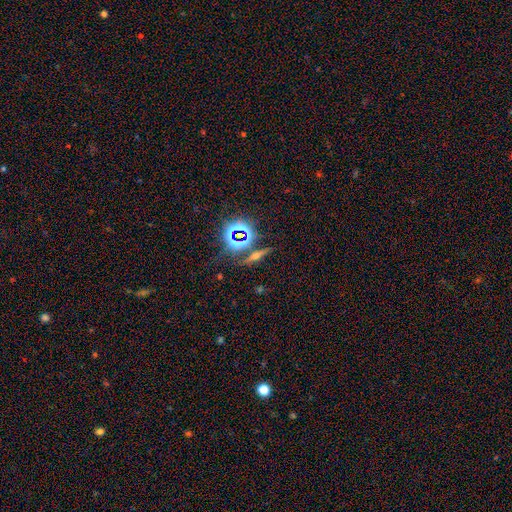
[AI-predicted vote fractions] This is marginally a featured or disk galaxy (37%). Merging: likely none (80%).